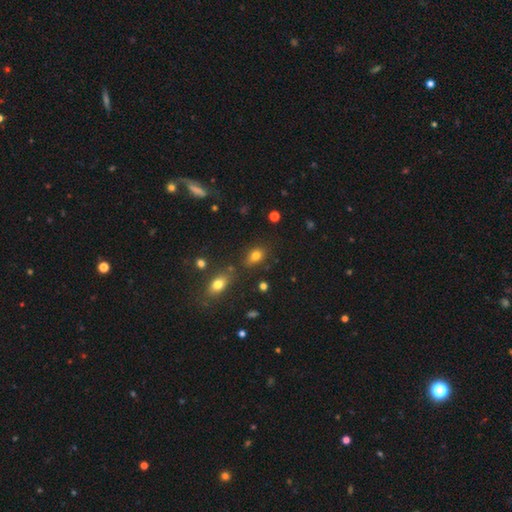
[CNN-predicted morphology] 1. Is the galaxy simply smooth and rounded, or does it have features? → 78% smooth, 14% star or artifact, 9% featured or disk.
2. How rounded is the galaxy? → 75% in between, 22% round, 3% cigar-shaped.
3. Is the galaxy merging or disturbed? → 71% none, 16% minor disturbance, 9% merger, 5% major disturbance.